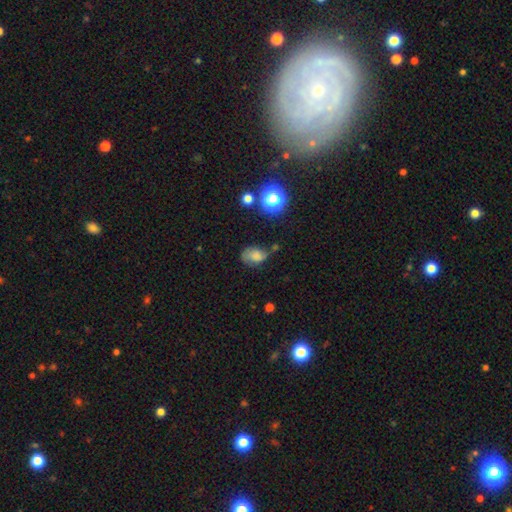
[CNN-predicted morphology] smooth-or-featured: smooth: 64% | featured or disk: 22% | star or artifact: 15%
  how-rounded: in between: 74% | round: 25% | cigar-shaped: 1%
  merging: none: 44% | minor disturbance: 34% | major disturbance: 17% | merger: 6%